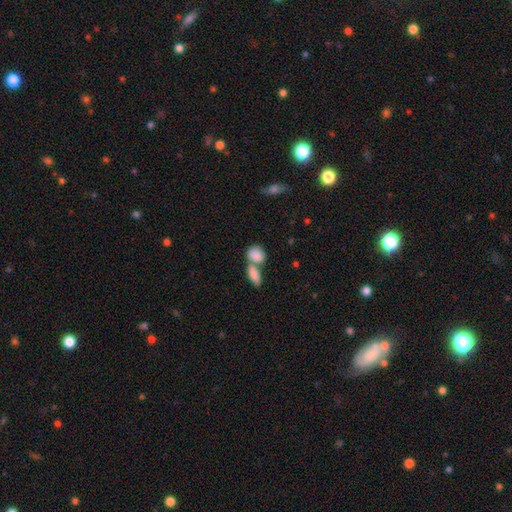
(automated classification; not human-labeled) smooth 86%, featured or disk 8%, star or artifact 6%. Down the decision tree: how rounded — in between (77%); merging — merger (56%).